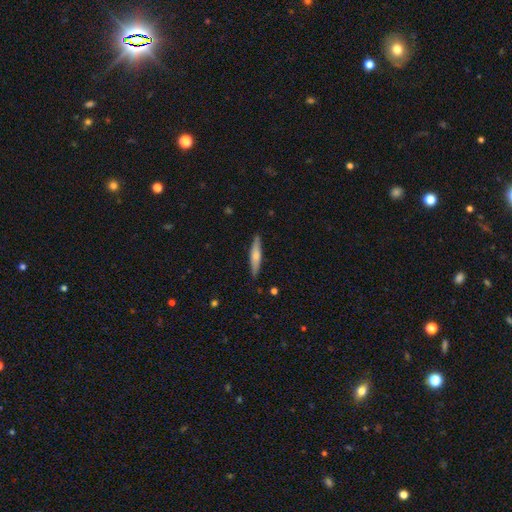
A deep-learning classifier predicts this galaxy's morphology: smooth 59%, featured or disk 36%, star or artifact 5%. Down the decision tree: how rounded — cigar-shaped (88%); merging — none (88%).